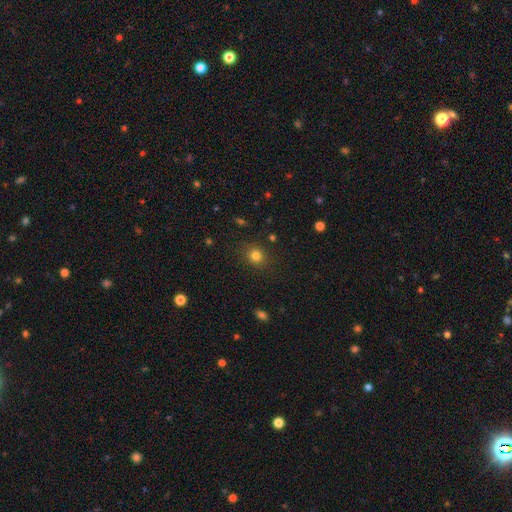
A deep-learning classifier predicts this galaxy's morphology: Smooth or featured: smooth — 80% (star or artifact — 14%)
How rounded: round — 79% (in between — 20%)
Merging: none — 87% (minor disturbance — 9%)